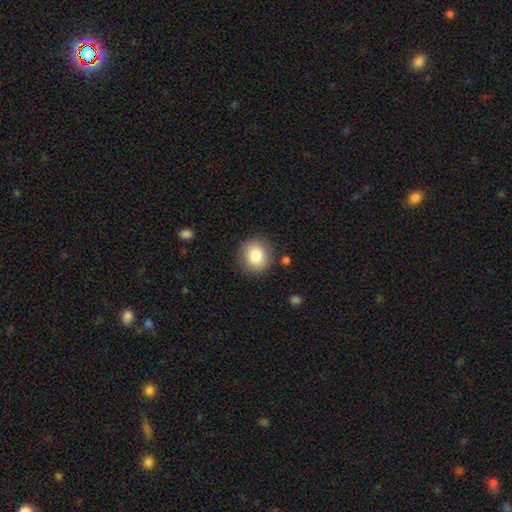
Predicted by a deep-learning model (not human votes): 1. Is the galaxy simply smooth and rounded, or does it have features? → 85% smooth, 9% star or artifact, 6% featured or disk.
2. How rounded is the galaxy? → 81% round, 18% in between, 1% cigar-shaped.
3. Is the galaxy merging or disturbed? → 86% none, 9% minor disturbance, 3% major disturbance, 2% merger.